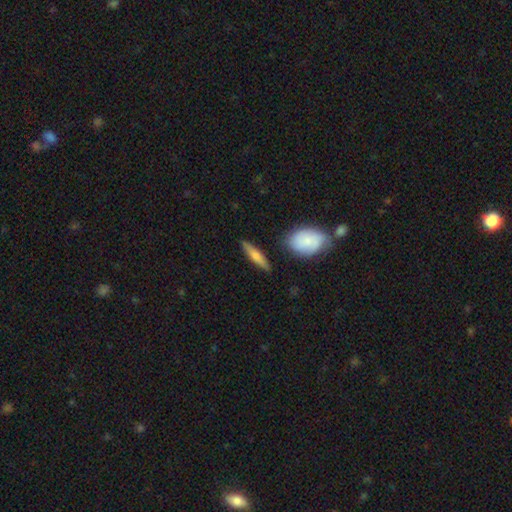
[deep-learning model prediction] This appears to be a smooth galaxy with no disk features (61%) that is cigar-shaped (74%). Merging: none (84%).